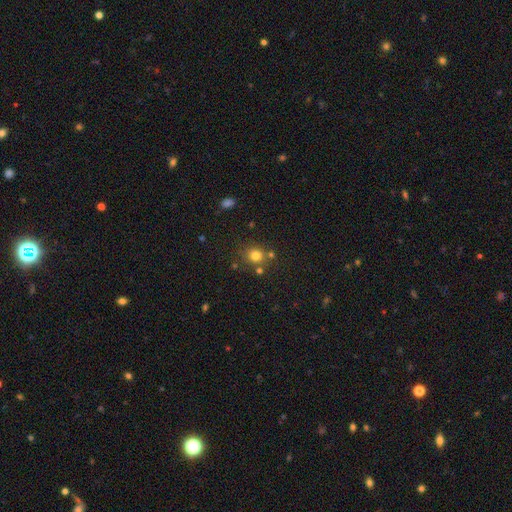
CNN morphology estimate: Q: Smooth or featured?
A: smooth (78%); runner-up: star or artifact (15%)
Q: How rounded?
A: round (82%); runner-up: in between (17%)
Q: Merging?
A: none (73%); runner-up: merger (12%)